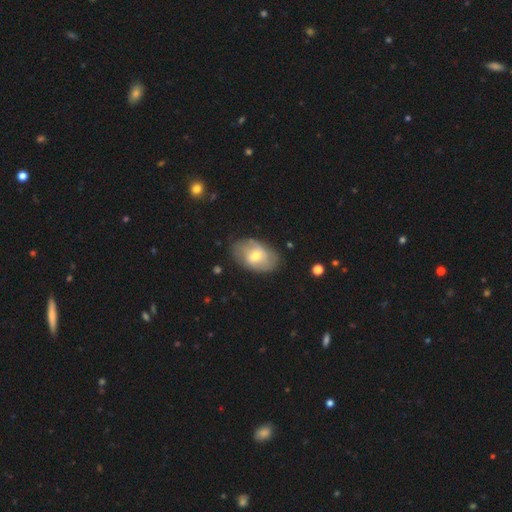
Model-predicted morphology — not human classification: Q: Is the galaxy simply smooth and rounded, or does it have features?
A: smooth — 52%.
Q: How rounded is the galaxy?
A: in between — 88%.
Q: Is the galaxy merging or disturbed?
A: none — 71%.